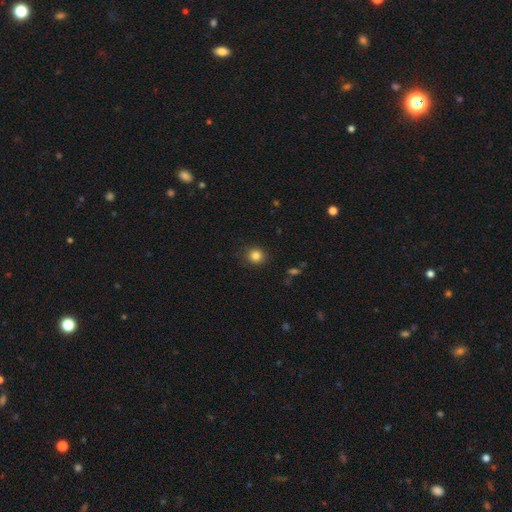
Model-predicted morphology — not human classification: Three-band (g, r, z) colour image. It shows a smooth galaxy with no disk features (84%) that is round (86%). Merging: none (89%).